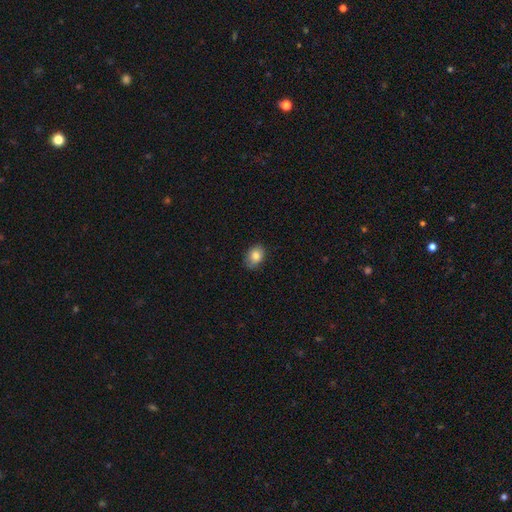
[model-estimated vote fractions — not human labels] Overall: smooth (83%). How rounded: in between (69%; round 30%). Merging: none (77%).